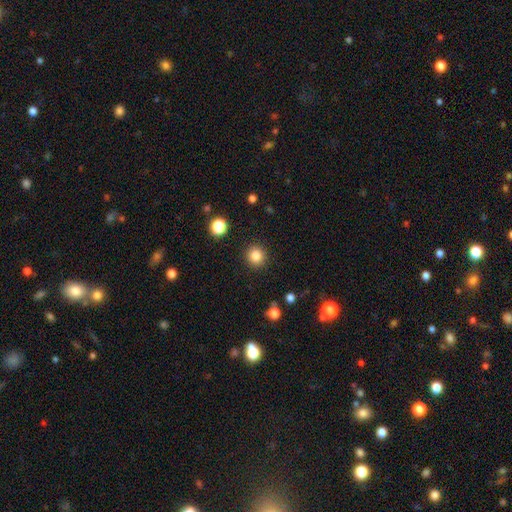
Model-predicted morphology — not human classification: Smooth or featured: smooth — 84% (star or artifact — 11%)
How rounded: round — 92% (in between — 8%)
Merging: none — 91% (minor disturbance — 5%)